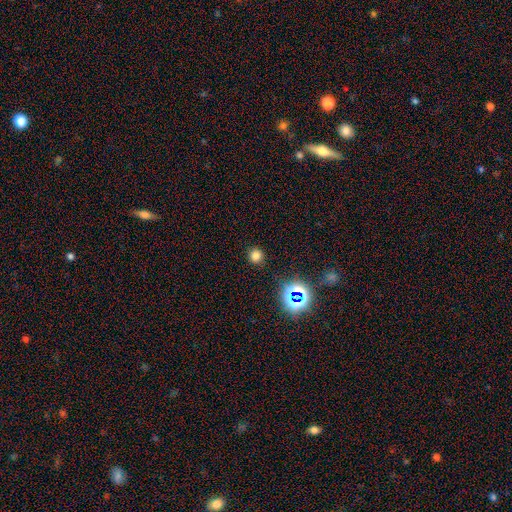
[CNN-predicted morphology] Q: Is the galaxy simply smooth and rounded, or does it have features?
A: smooth — 74%.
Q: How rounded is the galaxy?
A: round — 90%.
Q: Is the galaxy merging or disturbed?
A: none — 89%.